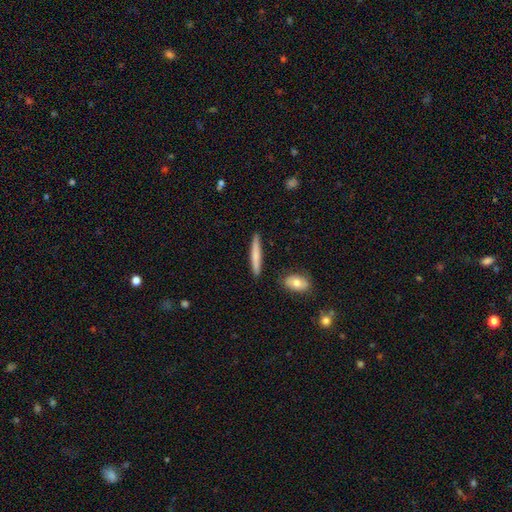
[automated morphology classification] Smooth or featured: smooth — 68% (featured or disk — 26%)
How rounded: cigar-shaped — 94% (in between — 4%)
Merging: none — 89% (minor disturbance — 8%)